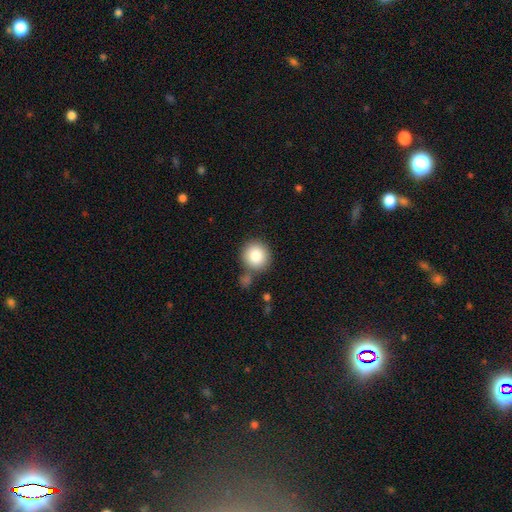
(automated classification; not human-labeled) A smooth galaxy with no disk features (85%) that is round (90%).

Vote fractions:
- Smooth or featured? smooth: 85% / star or artifact: 8% / featured or disk: 6%
- How rounded? round: 90% / in between: 10% / cigar-shaped: 1%
- Merging? none: 73% / merger: 12% / minor disturbance: 11% / major disturbance: 4%